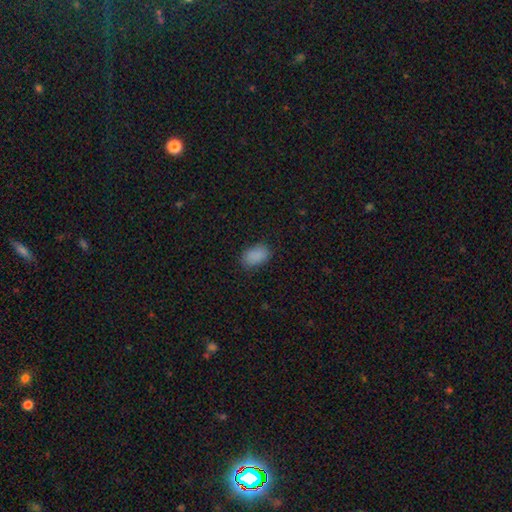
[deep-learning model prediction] smooth_or_featured: smooth (p=0.88) [alt: star or artifact p=0.08]
how_rounded: in between (p=0.90) [alt: round p=0.09]
merging: none (p=0.82) [alt: minor disturbance p=0.13]